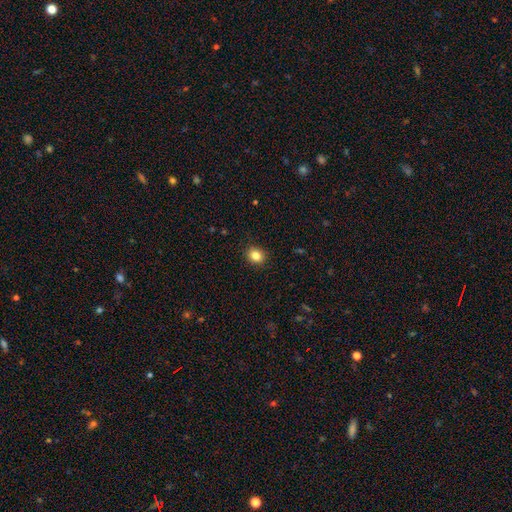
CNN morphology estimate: Smooth or featured? smooth (84%)
How rounded? round (64%)
Merging? none (90%)